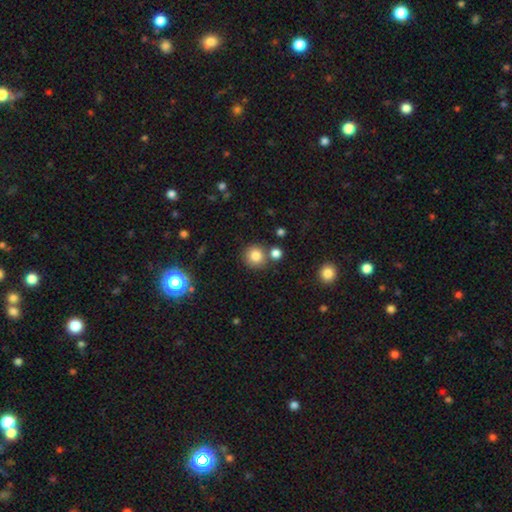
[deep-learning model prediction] This appears to be a smooth galaxy with no disk features (82%) that is round (90%). Merging: none (75%).